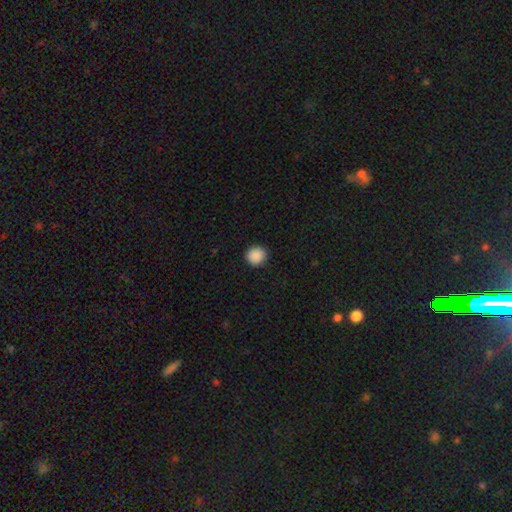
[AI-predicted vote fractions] Smooth or featured? smooth (90%)
How rounded? round (91%)
Merging? none (92%)